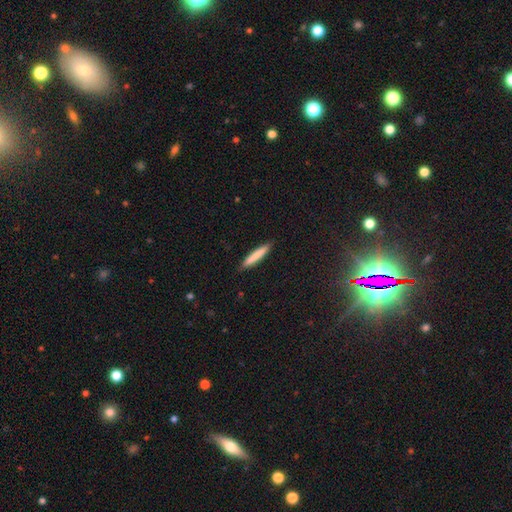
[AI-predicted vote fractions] Smooth or featured: smooth — 78% (featured or disk — 16%)
How rounded: cigar-shaped — 93% (in between — 6%)
Merging: none — 89% (minor disturbance — 8%)